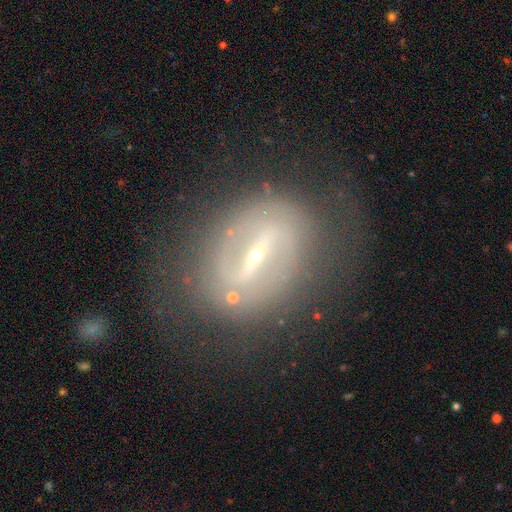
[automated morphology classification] A featured or disk galaxy (82%) with a strong bar (67%), spiral arms (66%) and a small central bulge (78%).

Vote fractions:
- Smooth or featured? featured or disk: 82% / smooth: 10% / star or artifact: 8%
- Edge-on disk? no: 89% / yes: 11%
- Bar? strong: 67% / weak: 24% / no: 8%
- Spiral arms? yes: 66% / no: 34%
- Bulge size? small: 78% / moderate: 19% / none: 1% / large: 1% / dominant: 1%
- Merging? none: 69% / minor disturbance: 18% / major disturbance: 10% / merger: 2%